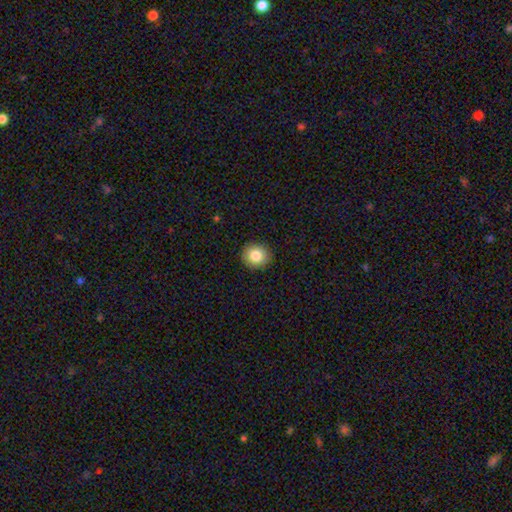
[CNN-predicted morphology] A smooth galaxy with no disk features (84%) that is round (87%). Merging: none (91%).